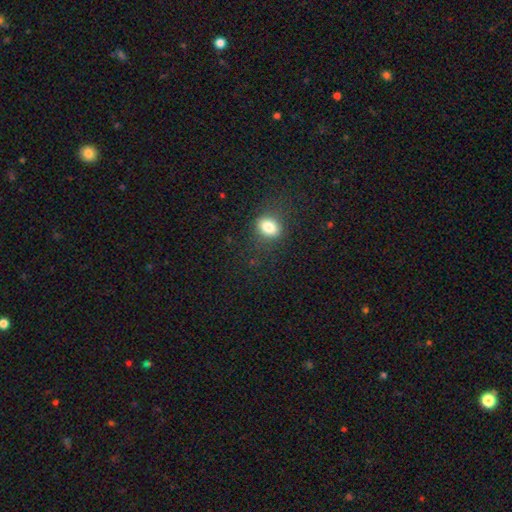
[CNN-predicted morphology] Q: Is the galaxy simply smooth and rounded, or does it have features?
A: smooth — 62%.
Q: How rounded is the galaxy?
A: round — 69%.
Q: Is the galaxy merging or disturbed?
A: none — 86%.